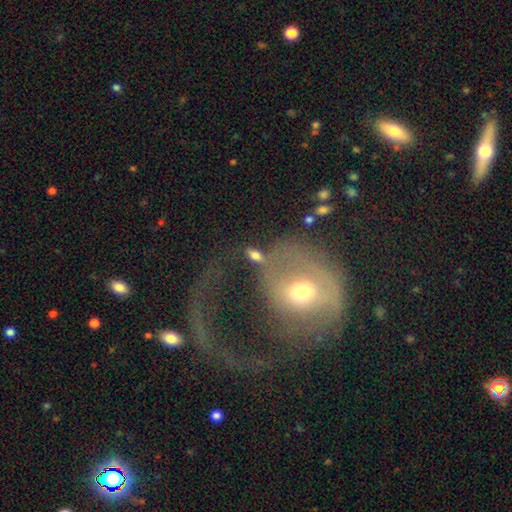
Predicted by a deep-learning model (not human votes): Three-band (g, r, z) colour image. It shows a smooth galaxy with no disk features (68%) that is in between round and cigar-shaped (80%). Merging: none (48%).